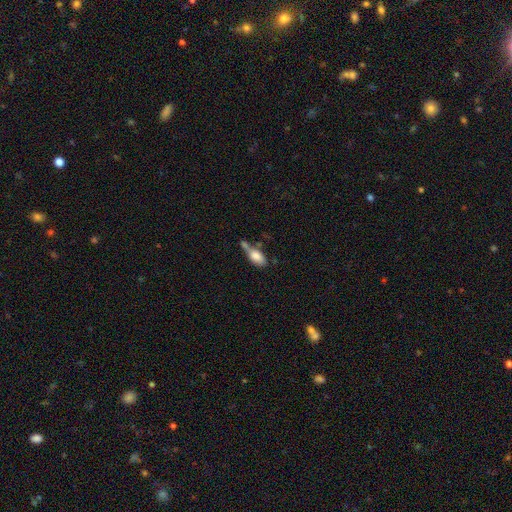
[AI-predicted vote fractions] Smooth or featured? smooth (76%)
How rounded? in between (86%)
Merging? merger (36%)